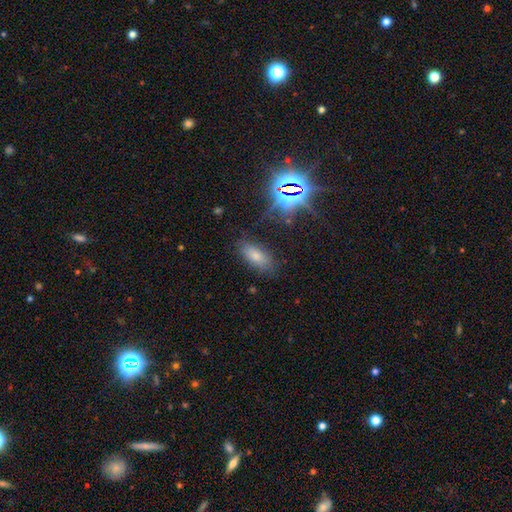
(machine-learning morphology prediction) A smooth galaxy with no disk features (72%) that is in between round and cigar-shaped (84%).

Vote fractions:
- Smooth or featured? smooth: 72% / star or artifact: 16% / featured or disk: 12%
- How rounded? in between: 84% / cigar-shaped: 12% / round: 4%
- Merging? none: 78% / minor disturbance: 15% / major disturbance: 5% / merger: 3%